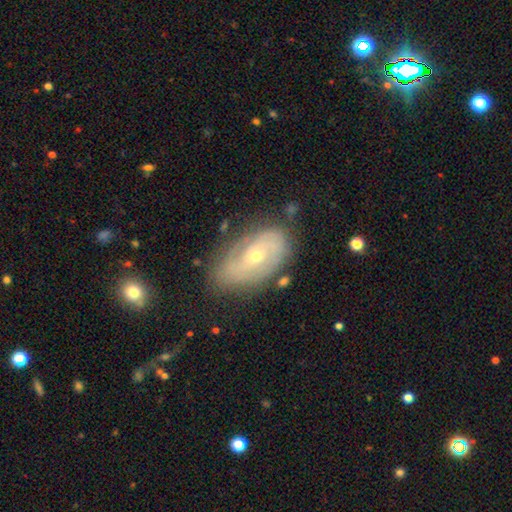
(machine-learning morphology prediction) Smooth or featured? Predicted: featured or disk (p=0.74). Edge-on disk? Predicted: no (p=0.93). Bar? Predicted: no (p=0.62). Spiral arms? Predicted: yes (p=0.82). Spiral winding? Predicted: tight (p=0.55). Spiral arm count? Predicted: 2 (p=0.45). Bulge size? Predicted: small (p=0.64). Merging? Predicted: none (p=0.69).